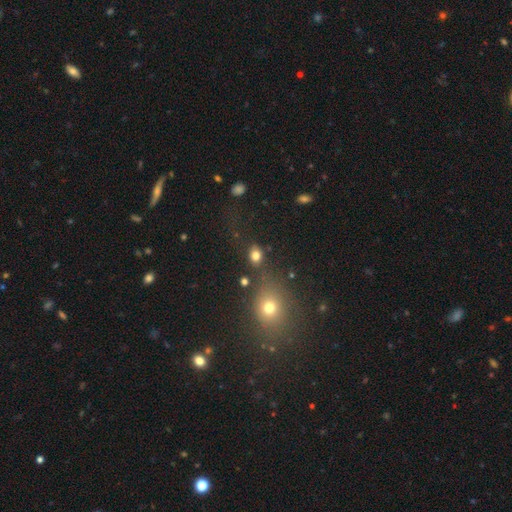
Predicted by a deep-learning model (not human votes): A smooth galaxy with no disk features (78%) that is round (50%).

Vote fractions:
- Smooth or featured? smooth: 78% / star or artifact: 14% / featured or disk: 7%
- How rounded? round: 50% / in between: 49% / cigar-shaped: 2%
- Merging? none: 72% / minor disturbance: 13% / merger: 8% / major disturbance: 7%